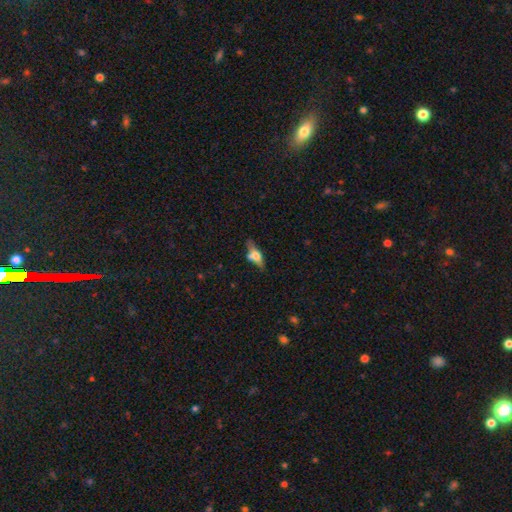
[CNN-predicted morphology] Smooth or featured: smooth — 52% (featured or disk — 40%)
How rounded: in between — 61% (cigar-shaped — 34%)
Merging: none — 55% (minor disturbance — 23%)